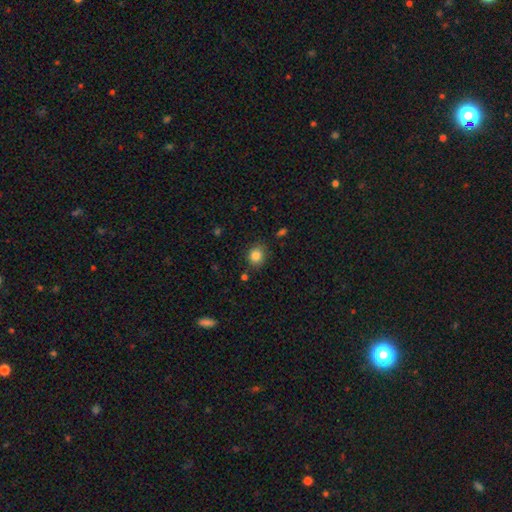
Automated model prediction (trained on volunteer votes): Overall: smooth (84%). How rounded: round (77%). Merging: none (82%).